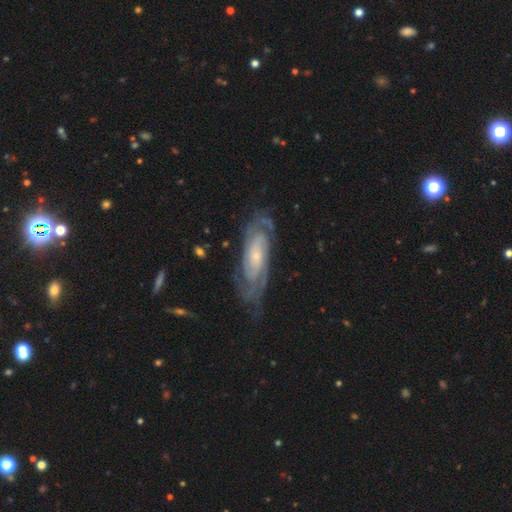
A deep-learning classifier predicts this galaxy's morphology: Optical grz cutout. It shows a featured or disk galaxy (87%) with no bar (64%), 2 (42%) tight (68%) spiral arms (97%) and a small central bulge (70%). Merging: none (72%).